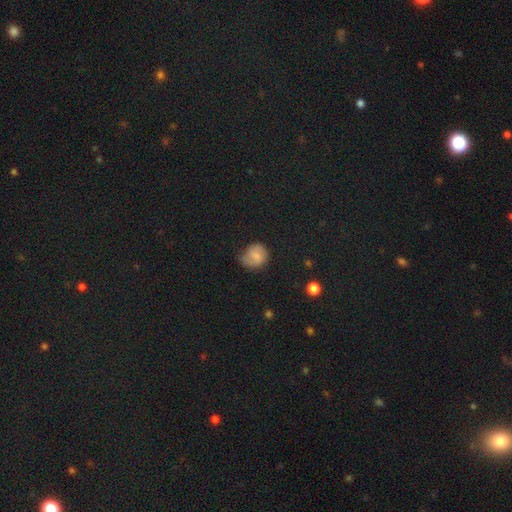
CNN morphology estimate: This is possibly a smooth galaxy (55%). How rounded: likely round (73%). Merging: possibly none (57%).